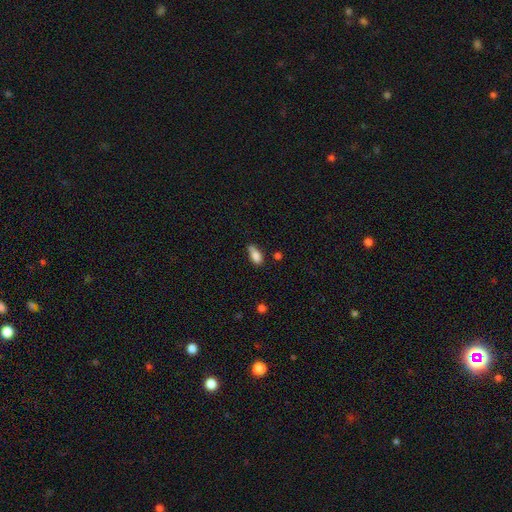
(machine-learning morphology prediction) Q: Smooth or featured?
A: smooth (82%); runner-up: star or artifact (9%)
Q: How rounded?
A: in between (85%); runner-up: cigar-shaped (9%)
Q: Merging?
A: none (46%); runner-up: minor disturbance (33%)